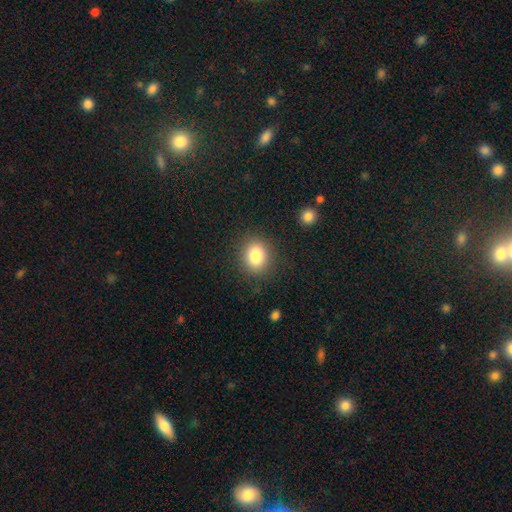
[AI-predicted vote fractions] This appears to be a smooth galaxy with no disk features (82%) that is round (64%). Merging: none (87%).